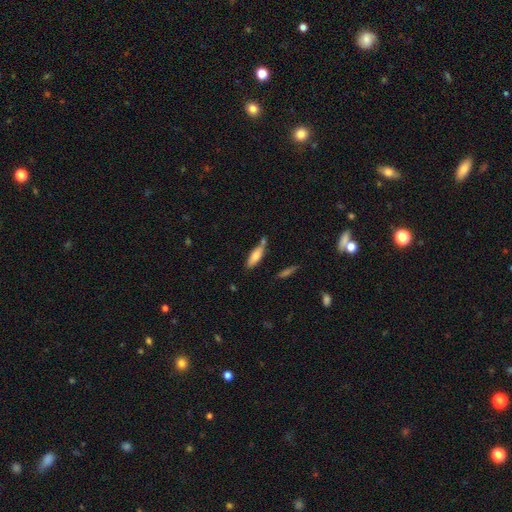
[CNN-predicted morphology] A smooth galaxy with no disk features (74%) that is cigar-shaped (50%). Merging: none (62%).